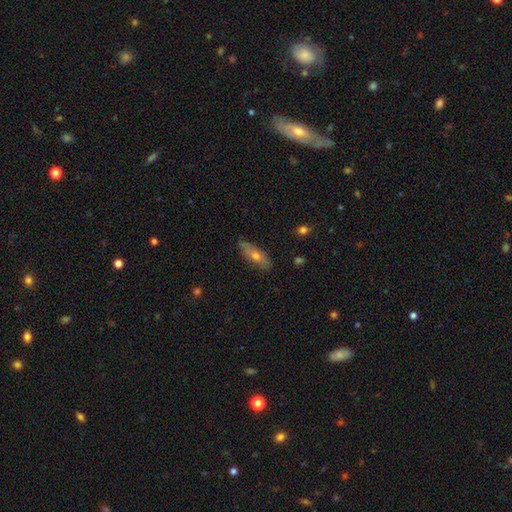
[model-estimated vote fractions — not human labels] A smooth galaxy with no disk features (50%) that is in between round and cigar-shaped (58%). Merging: none (79%).